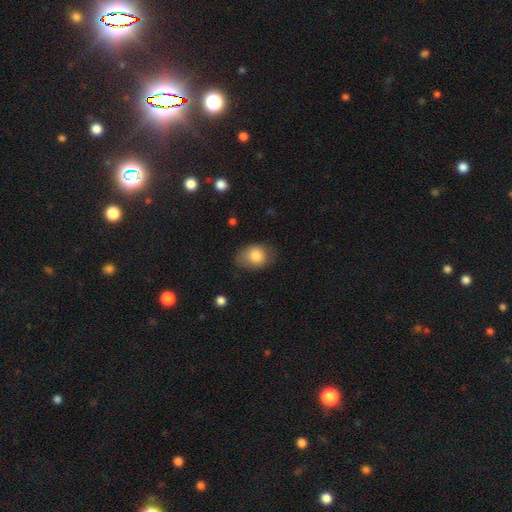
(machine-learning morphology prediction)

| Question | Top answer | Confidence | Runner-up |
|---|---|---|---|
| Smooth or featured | smooth | 81% | featured or disk (11%) |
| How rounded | in between | 61% | round (38%) |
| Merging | none | 58% | minor disturbance (30%) |